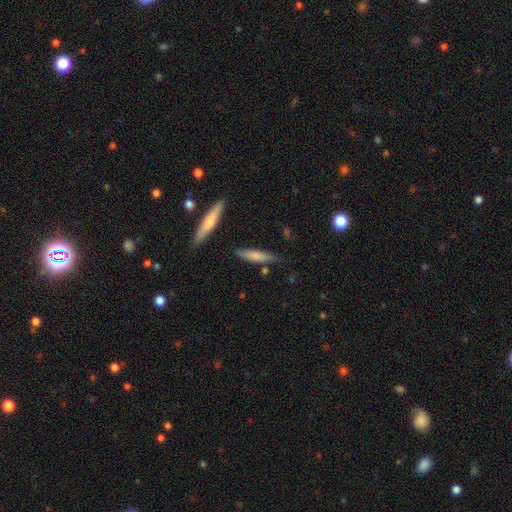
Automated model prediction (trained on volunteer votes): The model was most divided on "smooth or featured": smooth: 69%, featured or disk: 25%, star or artifact: 6%. More confident: how rounded — cigar-shaped (84%); merging — none (76%).